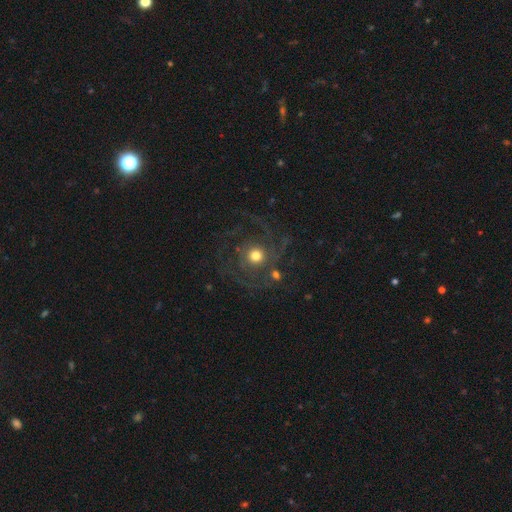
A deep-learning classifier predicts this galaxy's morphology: This is likely a featured or disk galaxy (70%). It is clearly not viewed edge-on (97%). Bar: clearly no (84%). Spiral arm pattern: clearly yes (88%). Spiral arm count: marginally 3 (26%, tied with can't tell). Spiral winding: marginally medium (40%). Central bulge: likely moderate (64%). Merging: likely none (64%).